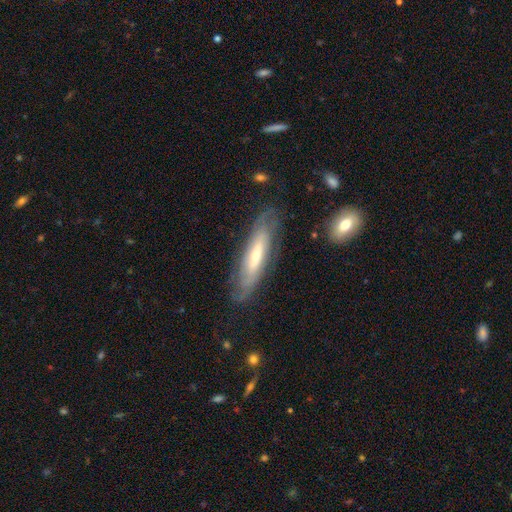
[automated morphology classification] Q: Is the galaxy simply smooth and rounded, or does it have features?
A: featured or disk — 65%.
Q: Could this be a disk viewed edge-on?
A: no — 57%.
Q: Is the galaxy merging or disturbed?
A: none — 75%.